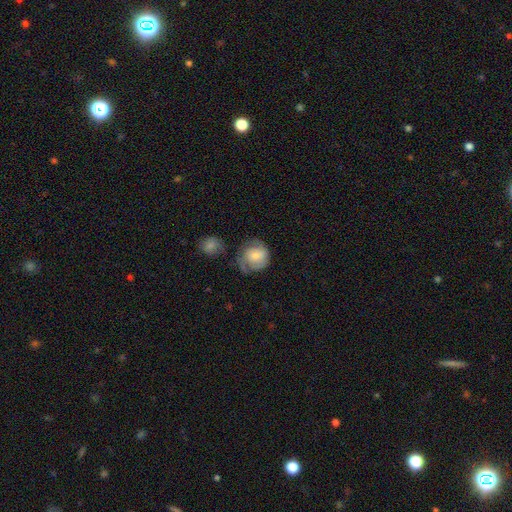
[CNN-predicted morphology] type=smooth (52%); roundness=round (80%); merging=none (49%).